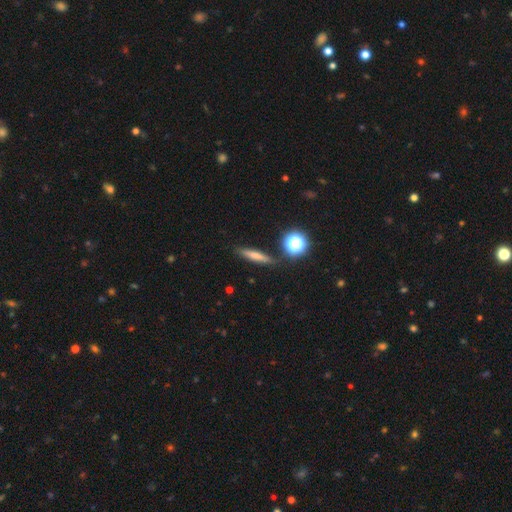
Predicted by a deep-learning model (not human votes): The model was most divided on "smooth or featured": smooth: 63%, featured or disk: 25%, star or artifact: 12%. More confident: merging — none (85%); how rounded — cigar-shaped (83%).